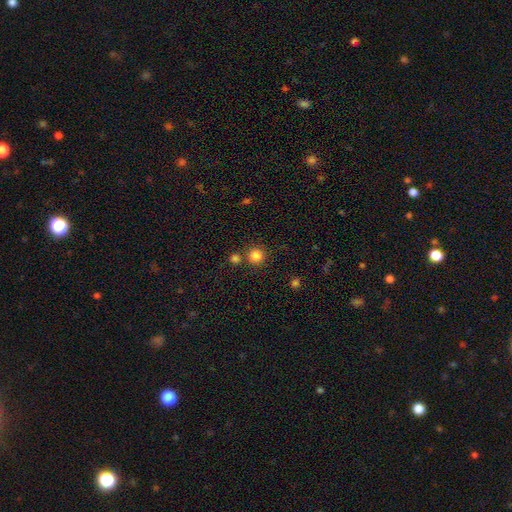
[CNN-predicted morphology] smooth 84%, star or artifact 12%, featured or disk 4%. Down the decision tree: how rounded — round (94%); merging — none (78%).